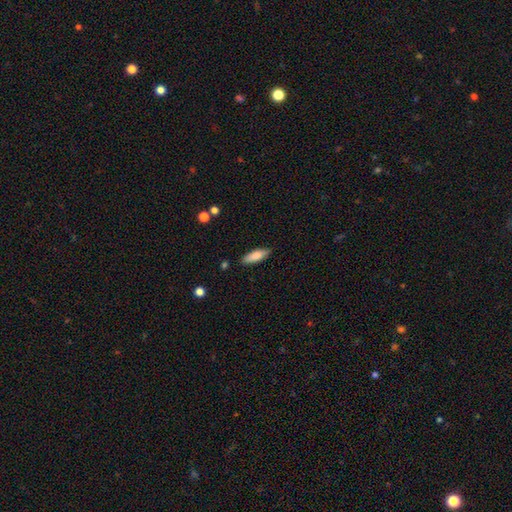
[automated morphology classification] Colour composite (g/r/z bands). It shows a smooth galaxy with no disk features (81%) that is in between round and cigar-shaped (54%). Merging: none (86%).